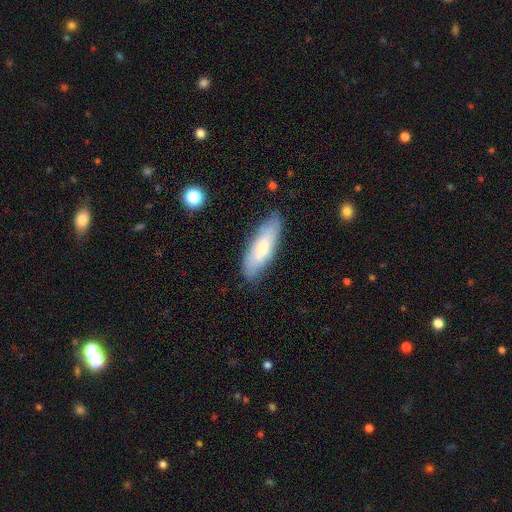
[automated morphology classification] smooth 71%, featured or disk 23%, star or artifact 6%. Down the decision tree: how rounded — in between (59%); merging — none (77%).